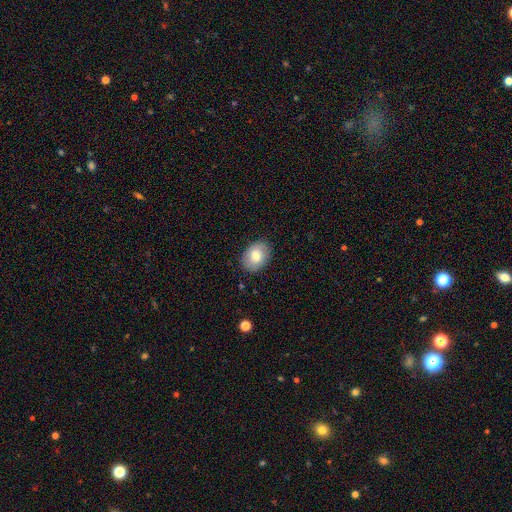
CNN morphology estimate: Overall: smooth (78%). How rounded: in between (72%). Merging: none (86%).